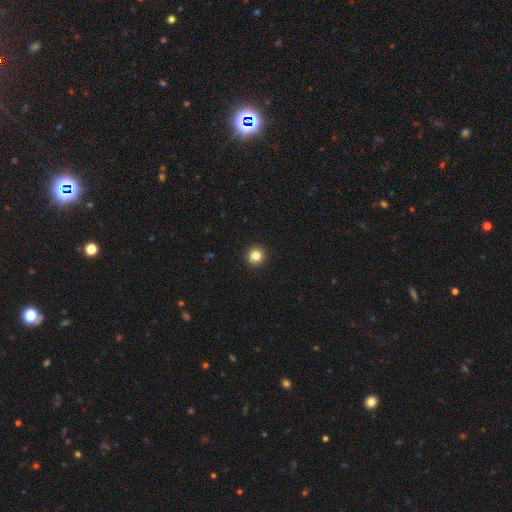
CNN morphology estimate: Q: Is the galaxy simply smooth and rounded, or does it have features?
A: smooth — 84%.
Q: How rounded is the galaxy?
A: round — 95%.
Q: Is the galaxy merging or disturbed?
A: none — 94%.